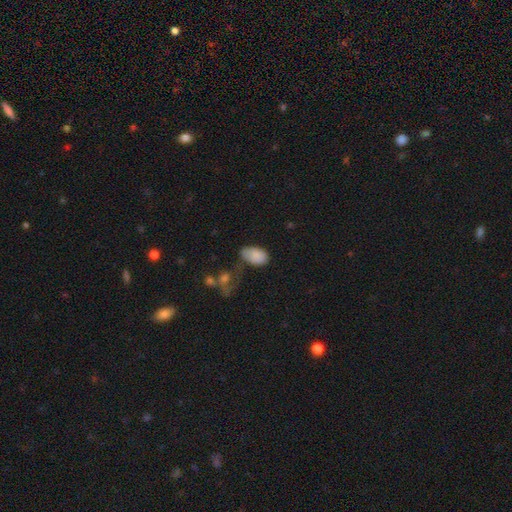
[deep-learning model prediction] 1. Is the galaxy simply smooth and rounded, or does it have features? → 82% smooth, 9% featured or disk, 8% star or artifact.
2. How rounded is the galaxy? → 91% in between, 7% round, 2% cigar-shaped.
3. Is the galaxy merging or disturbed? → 43% none, 33% minor disturbance, 16% major disturbance, 8% merger.